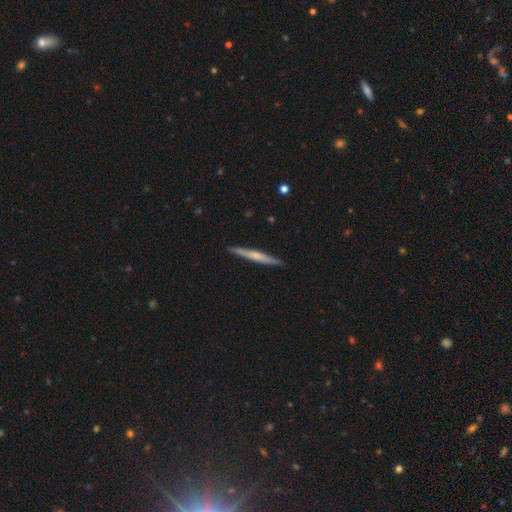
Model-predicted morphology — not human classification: smooth_or_featured: featured or disk (p=0.53) [alt: smooth p=0.42]
disk_edge_on: yes (p=0.97) [alt: no p=0.03]
edge_on_bulge: rounded (p=0.49) [alt: none p=0.44]
merging: none (p=0.91) [alt: minor disturbance p=0.06]